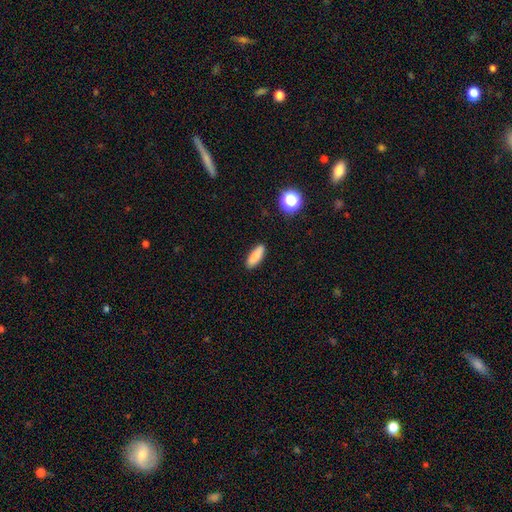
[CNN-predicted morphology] Smooth or featured?
  - smooth: 86% *
  - star or artifact: 8%
  - featured or disk: 6%
How rounded?
  - in between: 58% *
  - cigar-shaped: 39%
  - round: 2%
Merging?
  - none: 89% *
  - minor disturbance: 8%
  - major disturbance: 2%
  - merger: 1%